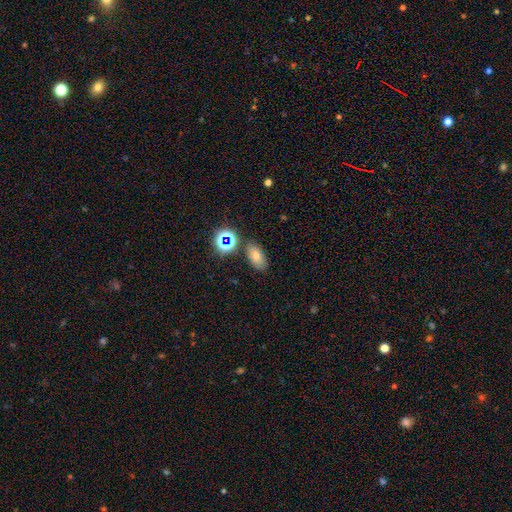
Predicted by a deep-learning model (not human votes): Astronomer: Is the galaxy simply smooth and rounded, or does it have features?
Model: smooth — 63%.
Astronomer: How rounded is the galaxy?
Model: in between — 85%.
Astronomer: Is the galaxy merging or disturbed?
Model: none — 81%.